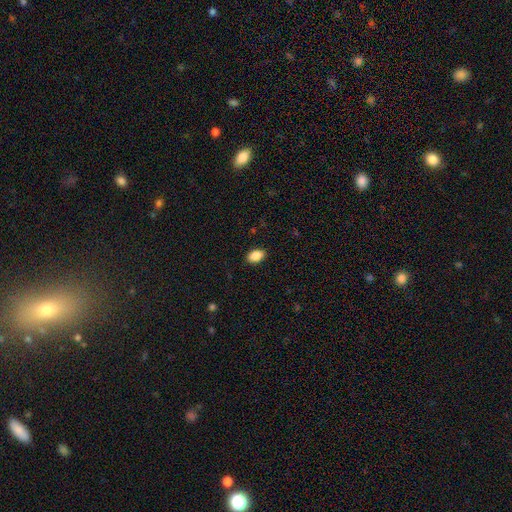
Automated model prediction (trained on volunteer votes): smooth 88%, star or artifact 8%, featured or disk 4%. Down the decision tree: how rounded — in between (88%); merging — none (89%).